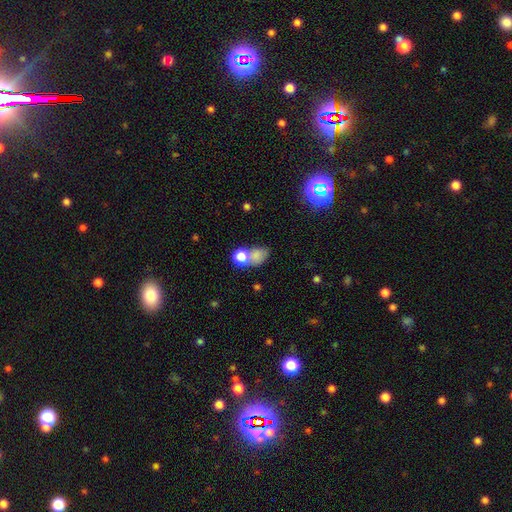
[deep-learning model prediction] smooth-or-featured: smooth: 73% | star or artifact: 15% | featured or disk: 12%
  how-rounded: in between: 60% | round: 38% | cigar-shaped: 2%
  merging: merger: 40% | none: 36% | minor disturbance: 14% | major disturbance: 10%